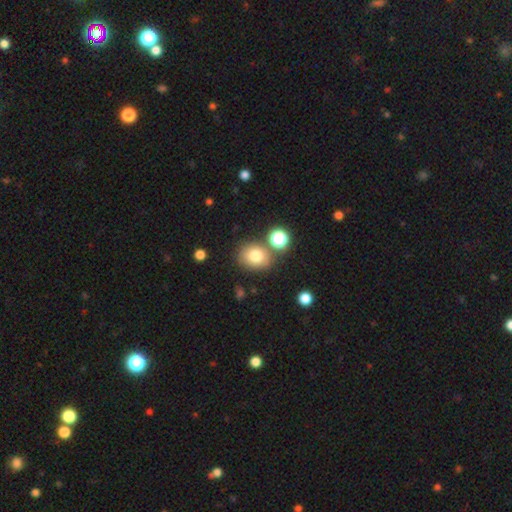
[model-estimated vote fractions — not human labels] Smooth or featured?
  - smooth: 77% *
  - star or artifact: 12%
  - featured or disk: 10%
How rounded?
  - round: 57% *
  - in between: 42%
  - cigar-shaped: 1%
Merging?
  - none: 73% *
  - minor disturbance: 12%
  - merger: 12%
  - major disturbance: 4%